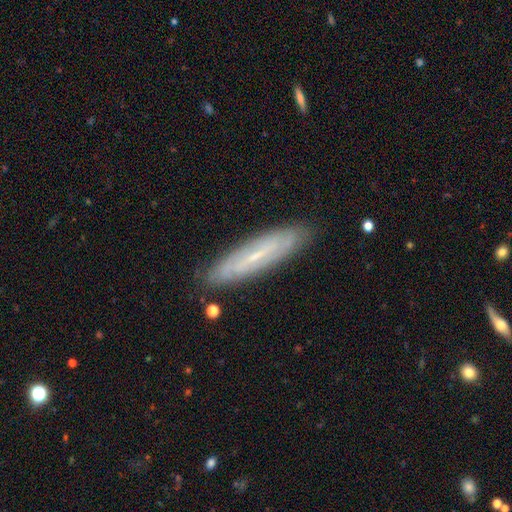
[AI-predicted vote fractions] Overall: featured or disk (61%; smooth 32%). Edge-on disk: no (53%; yes 47%). Merging: none (85%).